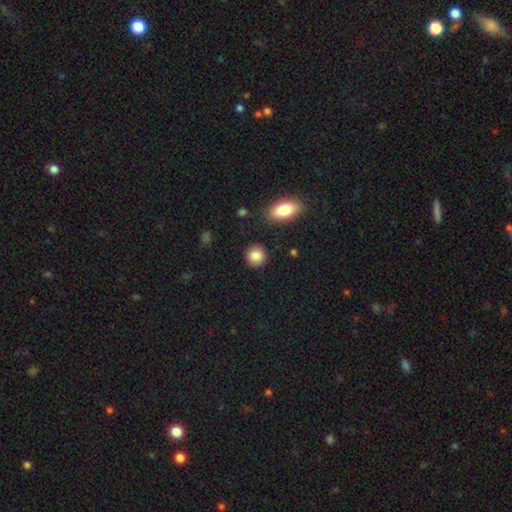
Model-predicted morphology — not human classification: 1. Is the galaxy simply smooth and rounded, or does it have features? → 87% smooth, 8% star or artifact, 5% featured or disk.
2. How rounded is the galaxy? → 85% round, 14% in between, 1% cigar-shaped.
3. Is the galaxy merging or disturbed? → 89% none, 7% minor disturbance, 2% major disturbance, 2% merger.